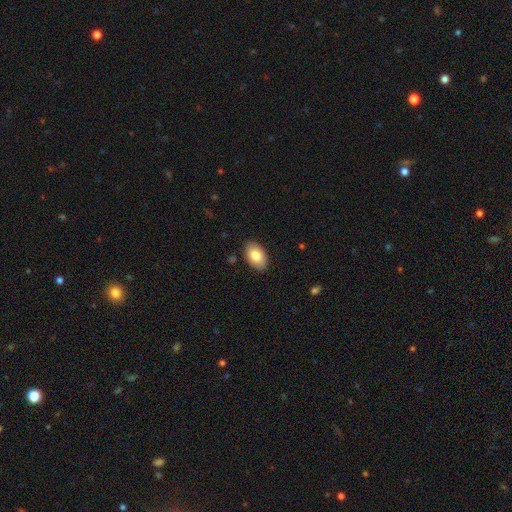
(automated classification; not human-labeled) smooth_or_featured: smooth (p=0.80) [alt: featured or disk p=0.14]
how_rounded: in between (p=0.92) [alt: round p=0.07]
merging: none (p=0.87) [alt: minor disturbance p=0.10]